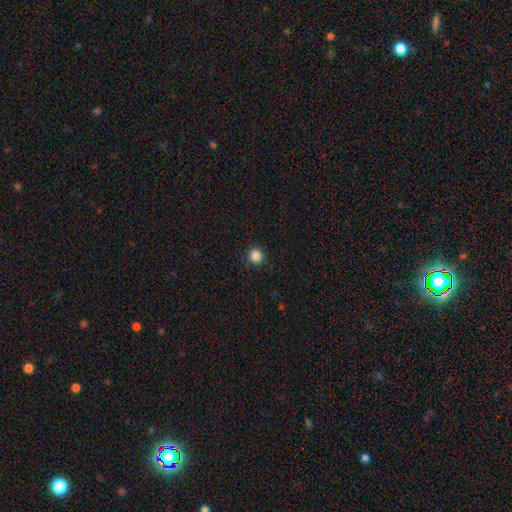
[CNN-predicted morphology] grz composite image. It shows a smooth galaxy with no disk features (86%) that is round (94%). Merging: none (91%).